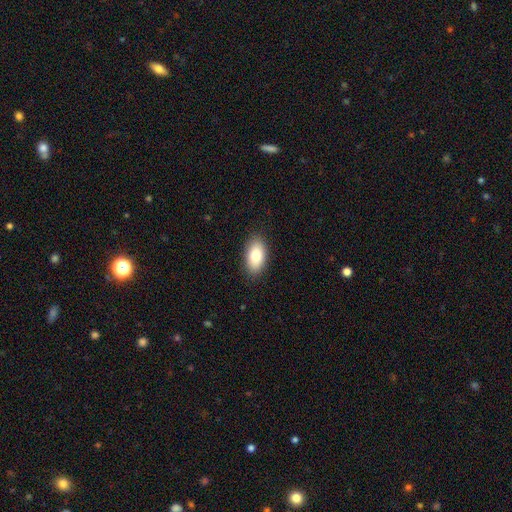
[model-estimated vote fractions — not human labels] A smooth galaxy with no disk features (81%) that is in between round and cigar-shaped (93%).

Vote fractions:
- Smooth or featured? smooth: 81% / featured or disk: 12% / star or artifact: 7%
- How rounded? in between: 93% / round: 4% / cigar-shaped: 3%
- Merging? none: 88% / minor disturbance: 9% / major disturbance: 2% / merger: 1%